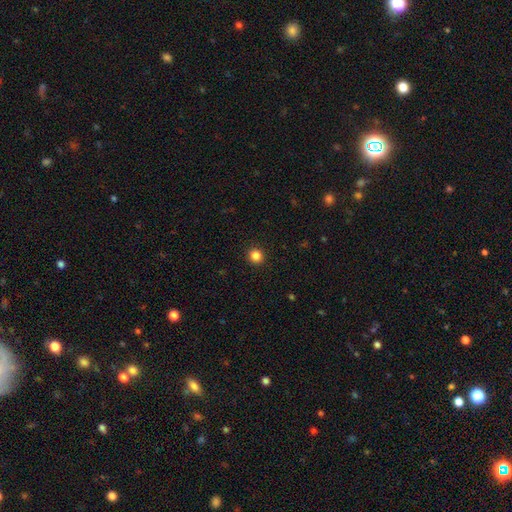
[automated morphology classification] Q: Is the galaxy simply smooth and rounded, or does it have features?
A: smooth — 85%.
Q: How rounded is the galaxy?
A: round — 93%.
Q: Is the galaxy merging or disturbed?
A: none — 93%.